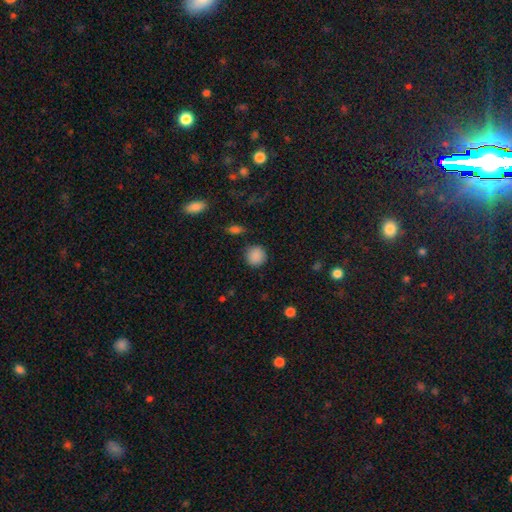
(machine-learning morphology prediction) smooth-or-featured: smooth: 87% | star or artifact: 9% | featured or disk: 4%
  how-rounded: round: 91% | in between: 8% | cigar-shaped: 1%
  merging: none: 84% | minor disturbance: 11% | major disturbance: 3% | merger: 2%